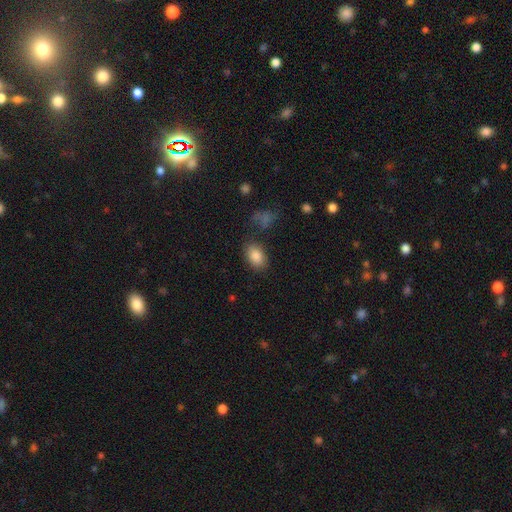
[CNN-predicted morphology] This appears to be a smooth galaxy with no disk features (86%) that is in between round and cigar-shaped (86%). Merging: none (78%).